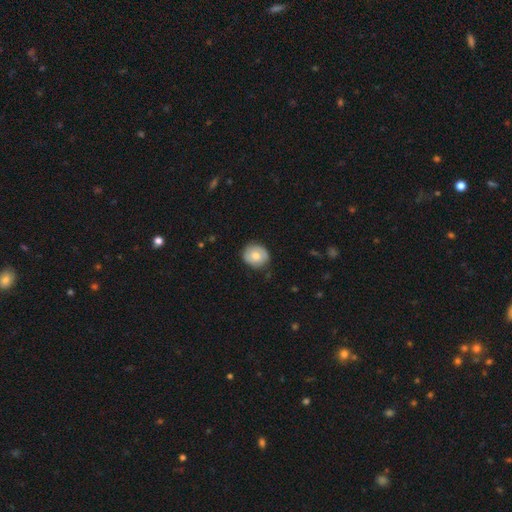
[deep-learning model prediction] Morphology: type=smooth (69%); roundness=round (81%); merging=none (82%).